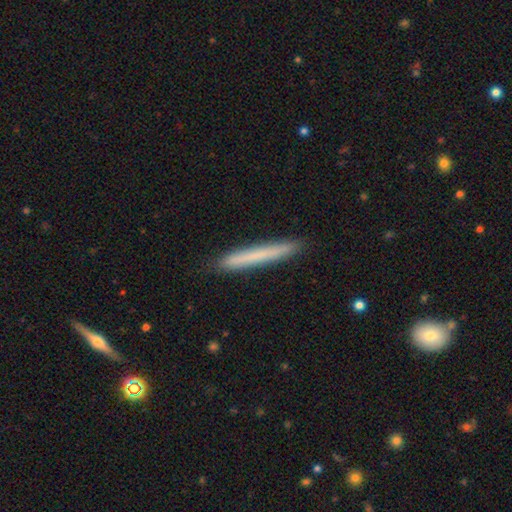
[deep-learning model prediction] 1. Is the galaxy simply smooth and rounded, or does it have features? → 70% smooth, 24% featured or disk, 6% star or artifact.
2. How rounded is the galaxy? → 97% cigar-shaped, 2% in between, 1% round.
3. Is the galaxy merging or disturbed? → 90% none, 7% minor disturbance, 1% major disturbance, 1% merger.